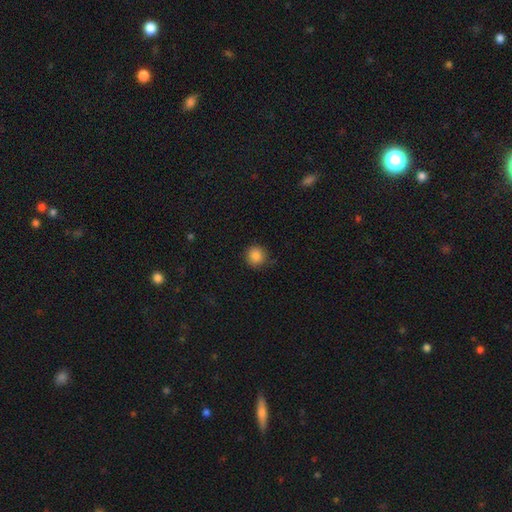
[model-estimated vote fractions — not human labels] This appears to be a smooth galaxy with no disk features (86%) that is round (93%). Merging: none (85%).